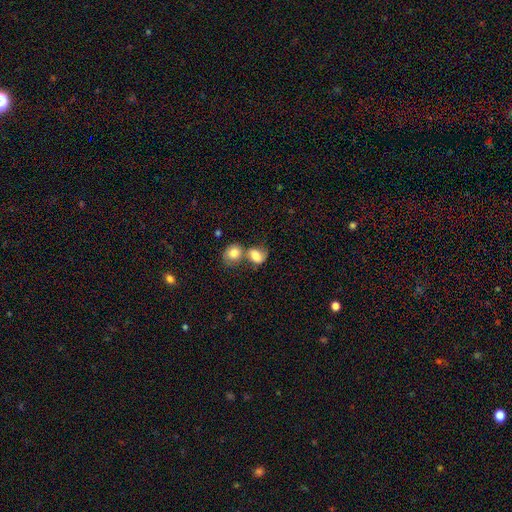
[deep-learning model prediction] A smooth galaxy with no disk features (72%) that is in between round and cigar-shaped (63%).

Vote fractions:
- Smooth or featured? smooth: 72% / featured or disk: 19% / star or artifact: 9%
- How rounded? in between: 63% / round: 35% / cigar-shaped: 2%
- Merging? merger: 60% / none: 22% / minor disturbance: 10% / major disturbance: 7%